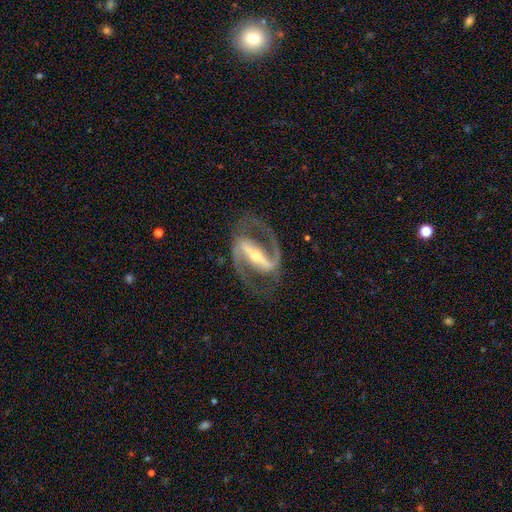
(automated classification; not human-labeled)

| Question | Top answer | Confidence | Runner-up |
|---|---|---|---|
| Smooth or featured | featured or disk | 93% | star or artifact (4%) |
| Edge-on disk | no | 95% | yes (5%) |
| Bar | strong | 81% | weak (13%) |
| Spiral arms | yes | 97% | no (3%) |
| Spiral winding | medium | 60% | tight (21%) |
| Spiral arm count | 2 | 94% | 1 (2%) |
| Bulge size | small | 54% | moderate (41%) |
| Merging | none | 80% | minor disturbance (11%) |